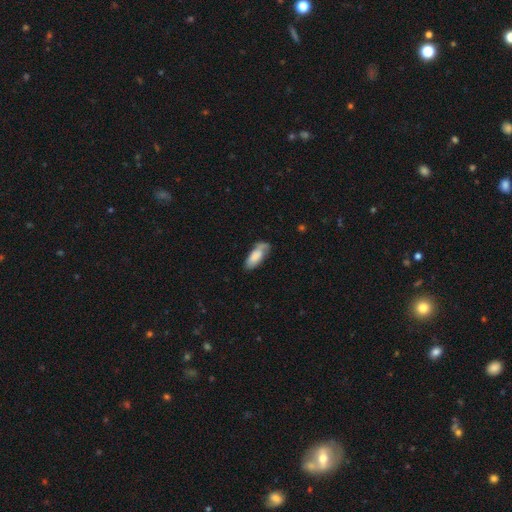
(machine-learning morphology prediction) Smooth or featured: smooth — 75% (featured or disk — 18%)
How rounded: in between — 78% (cigar-shaped — 20%)
Merging: none — 54% (minor disturbance — 31%)